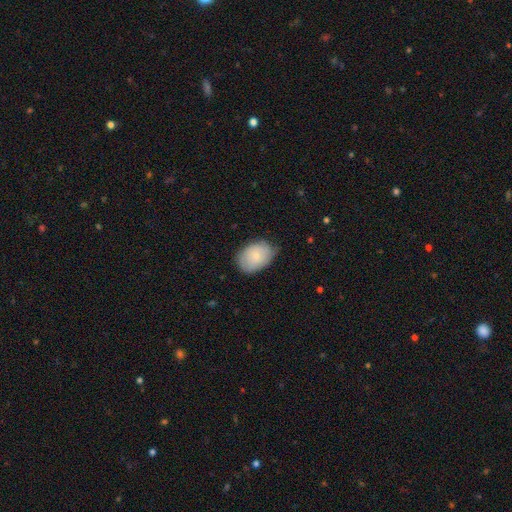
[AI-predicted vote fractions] The model was most divided on "merging": none: 61%, minor disturbance: 32%, major disturbance: 6%, merger: 1%. More confident: how rounded — in between (79%); smooth or featured — smooth (70%).